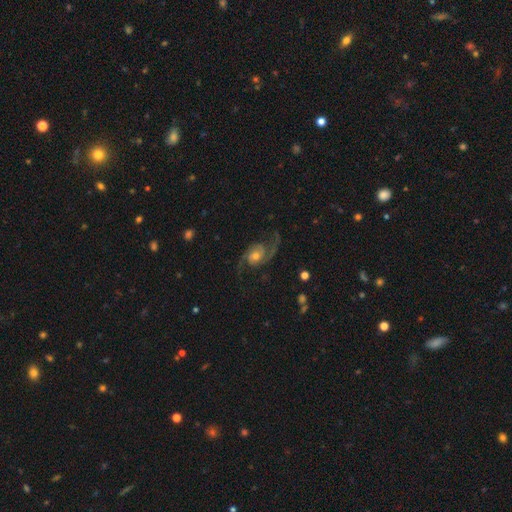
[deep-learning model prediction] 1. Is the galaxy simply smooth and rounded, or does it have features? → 89% featured or disk, 6% star or artifact, 5% smooth.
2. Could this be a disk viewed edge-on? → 97% no, 3% yes.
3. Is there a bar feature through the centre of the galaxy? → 69% no, 25% weak, 6% strong.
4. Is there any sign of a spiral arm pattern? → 98% yes, 2% no.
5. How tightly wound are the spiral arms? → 46% loose, 43% medium, 11% tight.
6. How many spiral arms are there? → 91% 2, 3% 3, 2% can't tell, 2% 1, 1% 4, 1% more than 4.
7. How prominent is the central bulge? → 58% moderate, 33% small, 6% large, 2% none, 1% dominant.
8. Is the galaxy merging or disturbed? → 73% none, 15% minor disturbance, 11% major disturbance, 2% merger.